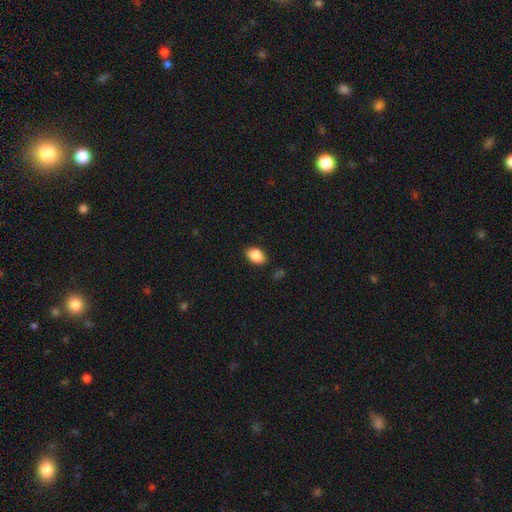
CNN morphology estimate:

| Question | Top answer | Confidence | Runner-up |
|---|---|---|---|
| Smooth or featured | smooth | 87% | star or artifact (8%) |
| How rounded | in between | 84% | round (15%) |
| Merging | none | 85% | minor disturbance (11%) |